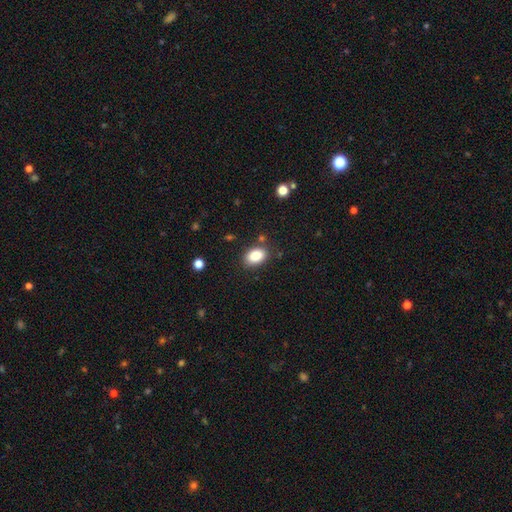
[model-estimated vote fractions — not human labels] smooth_or_featured: smooth (p=0.87) [alt: star or artifact p=0.08]
how_rounded: in between (p=0.86) [alt: round p=0.13]
merging: none (p=0.83) [alt: minor disturbance p=0.12]